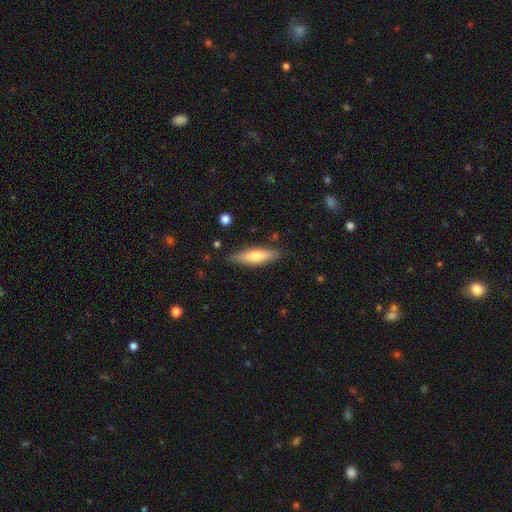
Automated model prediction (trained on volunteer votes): Smooth or featured?
  - smooth: 64% *
  - featured or disk: 30%
  - star or artifact: 6%
How rounded?
  - cigar-shaped: 61% *
  - in between: 37%
  - round: 2%
Merging?
  - none: 84% *
  - minor disturbance: 12%
  - major disturbance: 2%
  - merger: 2%